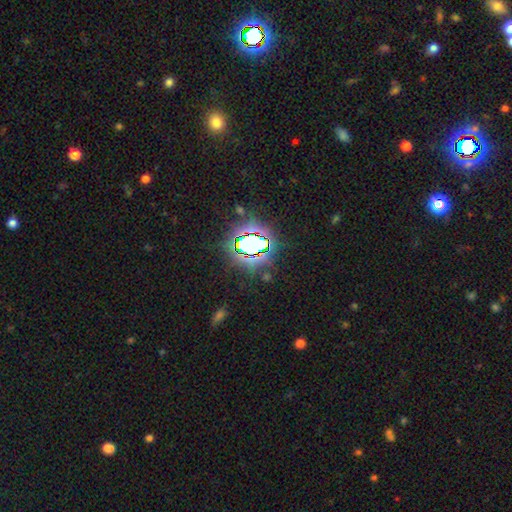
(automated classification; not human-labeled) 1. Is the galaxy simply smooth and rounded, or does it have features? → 82% star or artifact, 11% smooth, 7% featured or disk.